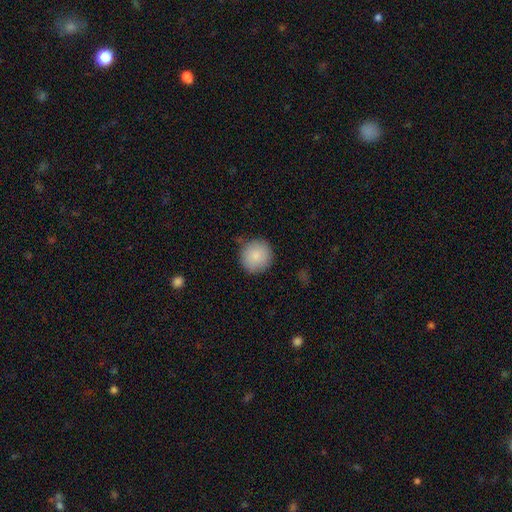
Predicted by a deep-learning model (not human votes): Smooth or featured: smooth — 87% (star or artifact — 7%)
How rounded: round — 94% (in between — 5%)
Merging: none — 87% (minor disturbance — 10%)